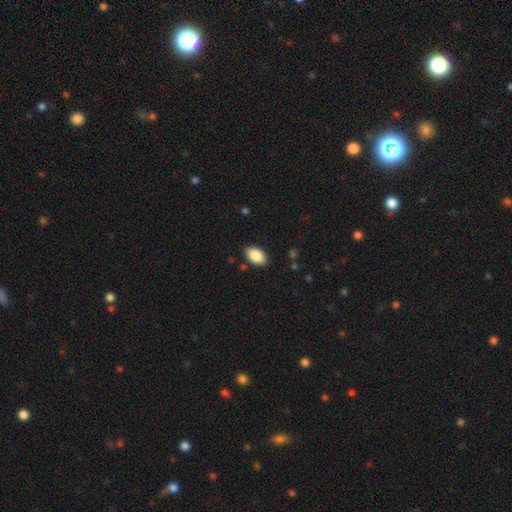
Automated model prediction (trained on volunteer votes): Smooth or featured? Predicted: smooth (p=0.88). How rounded? Predicted: in between (p=0.94). Merging? Predicted: none (p=0.87).